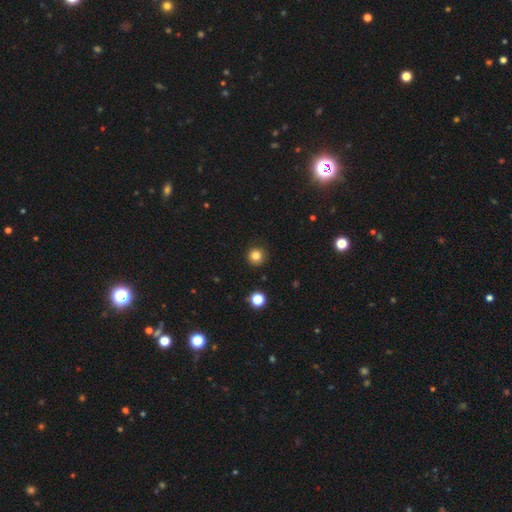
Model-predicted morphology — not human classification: A smooth galaxy with no disk features (82%) that is round (94%). Merging: none (90%).